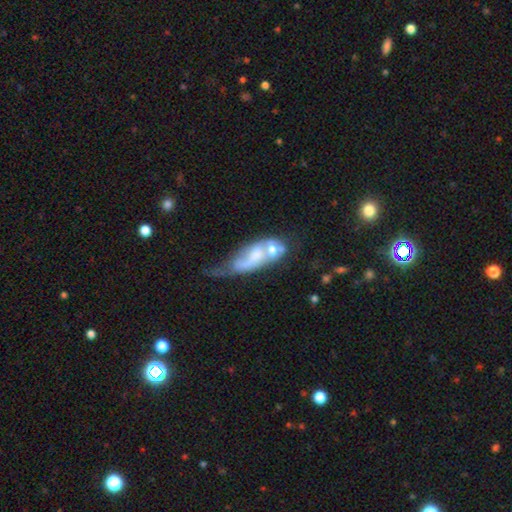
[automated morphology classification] The model was most divided on "smooth or featured": featured or disk: 52%, smooth: 39%, star or artifact: 9%. Remaining: edge-on disk — no (90%); merging — merger (45%).